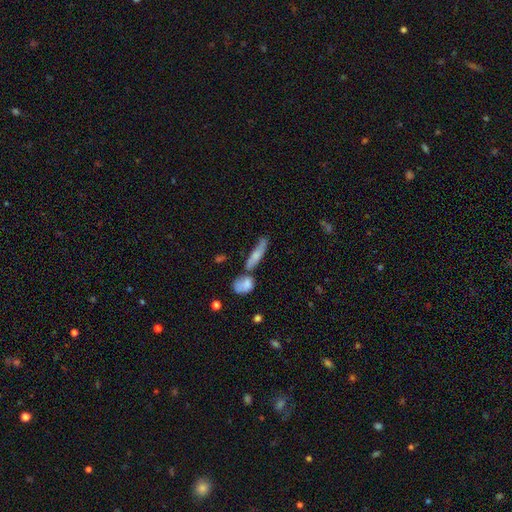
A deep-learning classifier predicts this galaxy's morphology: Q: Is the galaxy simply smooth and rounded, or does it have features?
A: smooth — 63%.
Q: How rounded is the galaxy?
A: cigar-shaped — 72%.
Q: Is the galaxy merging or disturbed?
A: none — 46%.